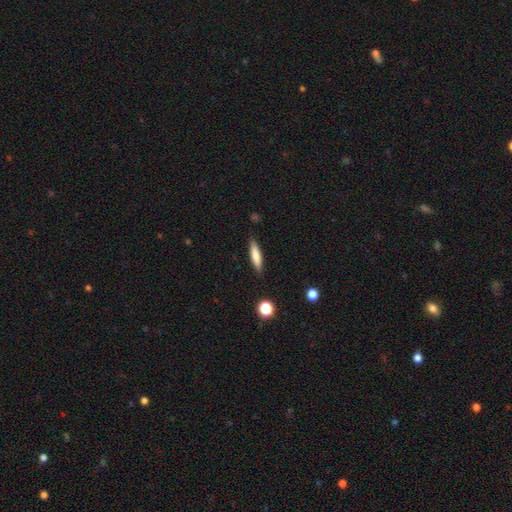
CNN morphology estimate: Q: Smooth or featured?
A: smooth (74%); runner-up: featured or disk (19%)
Q: How rounded?
A: cigar-shaped (79%); runner-up: in between (19%)
Q: Merging?
A: none (87%); runner-up: minor disturbance (10%)